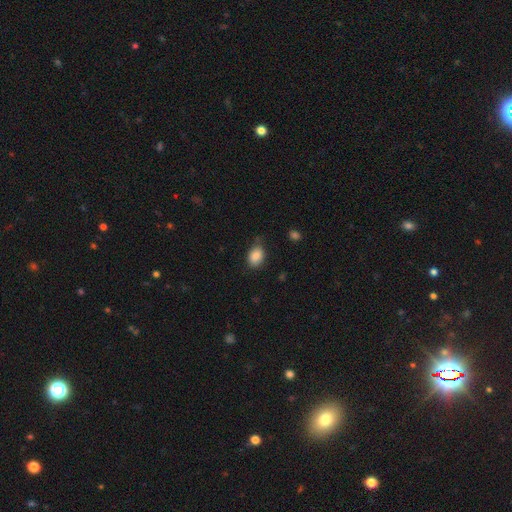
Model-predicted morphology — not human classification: Smooth or featured?
  - smooth: 85% *
  - star or artifact: 8%
  - featured or disk: 6%
How rounded?
  - in between: 76% *
  - round: 23%
  - cigar-shaped: 1%
Merging?
  - none: 73% *
  - minor disturbance: 20%
  - major disturbance: 4%
  - merger: 2%